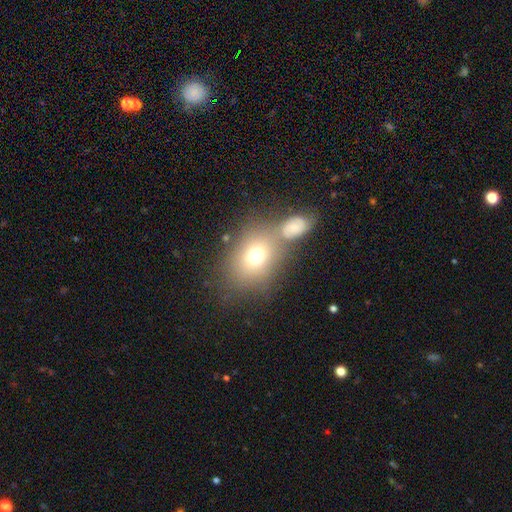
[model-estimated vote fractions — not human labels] A smooth galaxy with no disk features (71%) that is in between round and cigar-shaped (55%).

Vote fractions:
- Smooth or featured? smooth: 71% / featured or disk: 17% / star or artifact: 12%
- How rounded? in between: 55% / round: 43% / cigar-shaped: 1%
- Merging? none: 53% / merger: 26% / minor disturbance: 13% / major disturbance: 7%